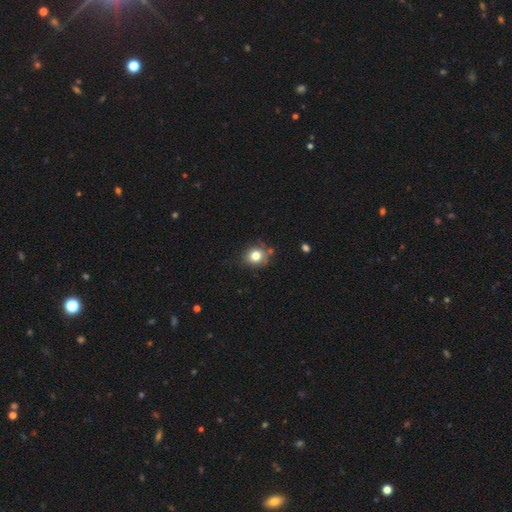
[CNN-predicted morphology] Overall: smooth (79%). How rounded: round (74%). Merging: none (72%).